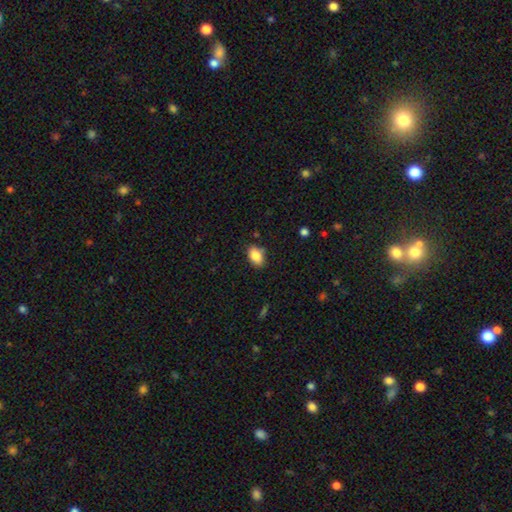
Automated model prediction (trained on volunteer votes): Smooth or featured? Predicted: smooth (p=0.85). How rounded? Predicted: in between (p=0.88). Merging? Predicted: none (p=0.82).